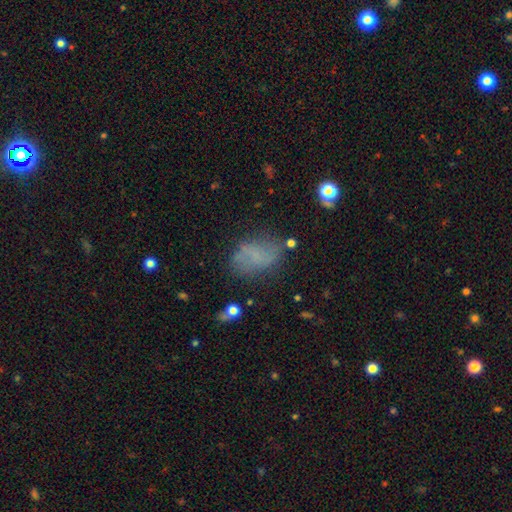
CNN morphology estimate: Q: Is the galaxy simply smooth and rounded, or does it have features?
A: smooth — 52%.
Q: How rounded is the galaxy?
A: in between — 83%.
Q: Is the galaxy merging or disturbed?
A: none — 64%.